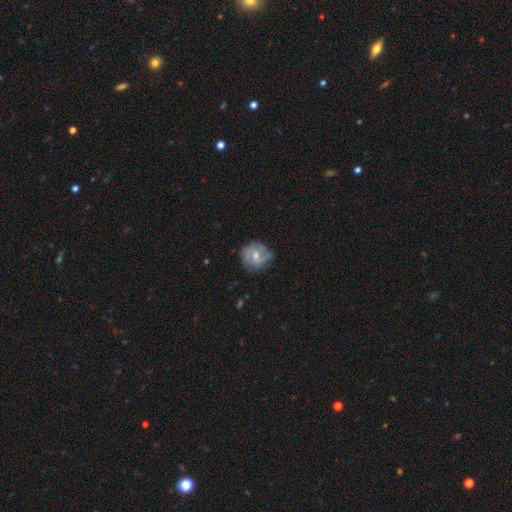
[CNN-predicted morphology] The model was most divided on "bar": weak: 47%, no: 42%, strong: 11%. More confident: edge-on disk — no (97%); spiral arms — yes (73%); merging — none (66%); bulge size — moderate (57%); smooth or featured — featured or disk (55%).